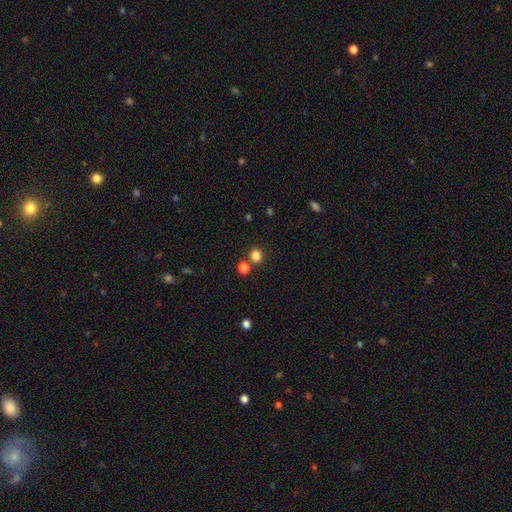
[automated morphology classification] smooth_or_featured: smooth (p=0.82) [alt: star or artifact p=0.14]
how_rounded: round (p=0.83) [alt: in between p=0.16]
merging: none (p=0.77) [alt: merger p=0.14]